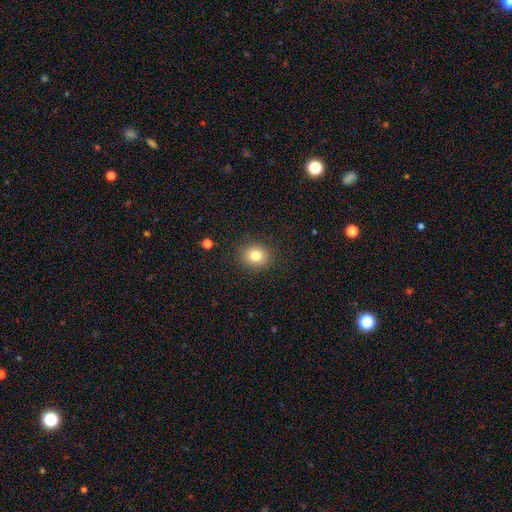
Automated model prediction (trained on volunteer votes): smooth_or_featured: smooth (p=0.80) [alt: star or artifact p=0.12]
how_rounded: round (p=0.74) [alt: in between p=0.25]
merging: none (p=0.89) [alt: minor disturbance p=0.08]